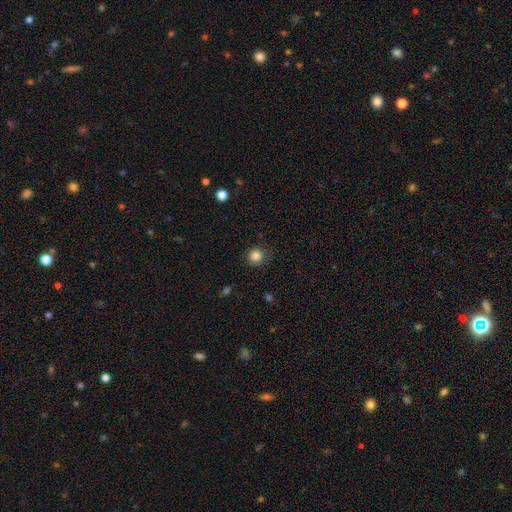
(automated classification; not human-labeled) A smooth galaxy with no disk features (85%) that is round (90%). Merging: none (81%).